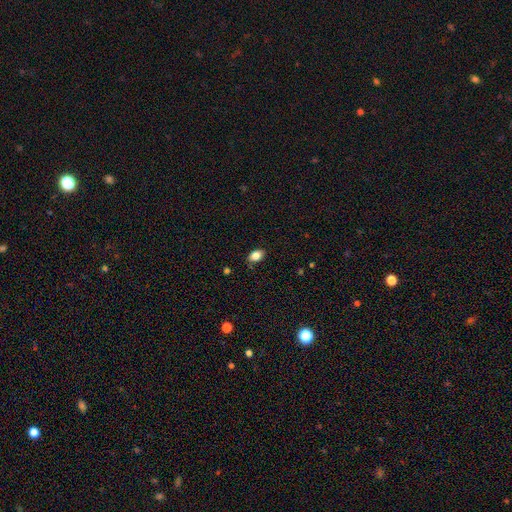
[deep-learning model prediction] A smooth galaxy with no disk features (84%) that is in between round and cigar-shaped (86%).

Vote fractions:
- Smooth or featured? smooth: 84% / star or artifact: 9% / featured or disk: 7%
- How rounded? in between: 86% / round: 12% / cigar-shaped: 2%
- Merging? none: 85% / minor disturbance: 12% / major disturbance: 2% / merger: 1%